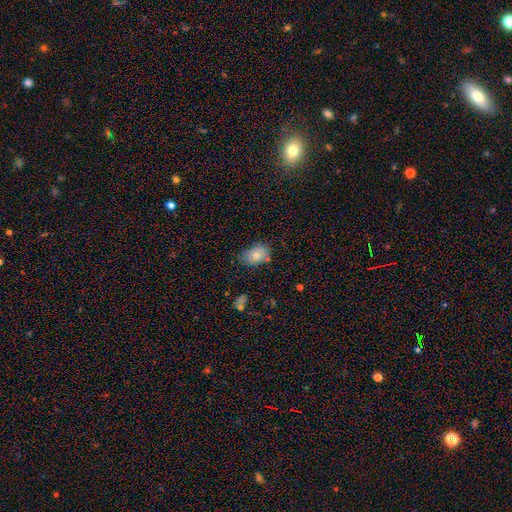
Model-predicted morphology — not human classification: Smooth or featured: smooth — 77% (featured or disk — 13%)
How rounded: in between — 79% (round — 20%)
Merging: none — 68% (minor disturbance — 24%)